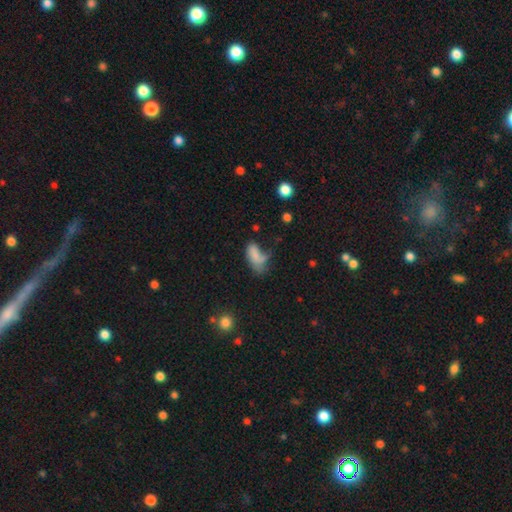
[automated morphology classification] smooth 71%, featured or disk 18%, star or artifact 10%. Down the decision tree: how rounded — in between (85%); merging — major disturbance (38%).